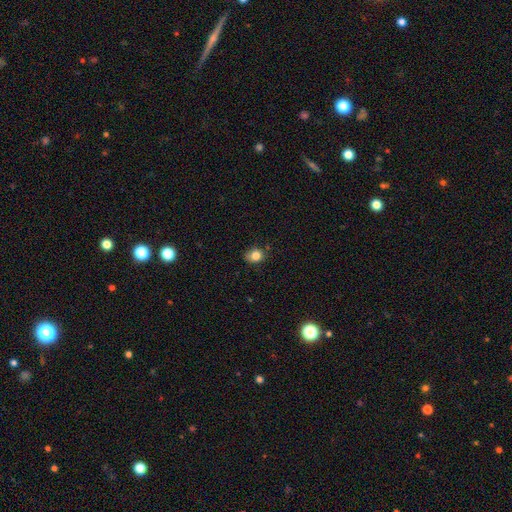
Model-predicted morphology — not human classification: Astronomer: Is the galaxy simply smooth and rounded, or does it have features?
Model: smooth — 82%.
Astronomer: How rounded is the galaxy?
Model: round — 62%.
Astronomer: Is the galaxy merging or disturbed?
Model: none — 69%.